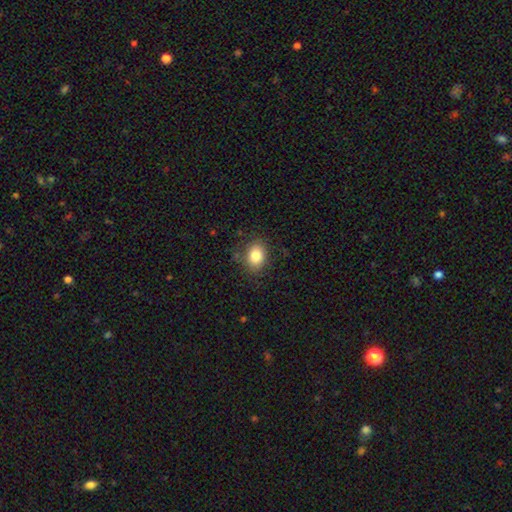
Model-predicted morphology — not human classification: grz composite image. It shows a smooth galaxy with no disk features (83%) that is in between round and cigar-shaped (64%). Merging: none (81%).